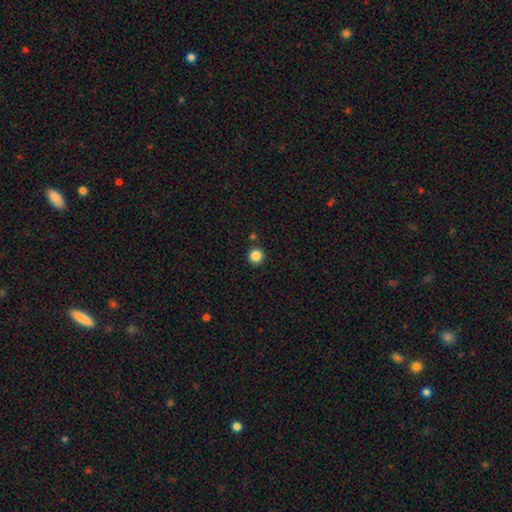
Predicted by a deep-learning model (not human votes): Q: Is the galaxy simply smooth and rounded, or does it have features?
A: smooth — 86%.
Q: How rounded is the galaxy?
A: round — 96%.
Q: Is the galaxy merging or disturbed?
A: none — 88%.